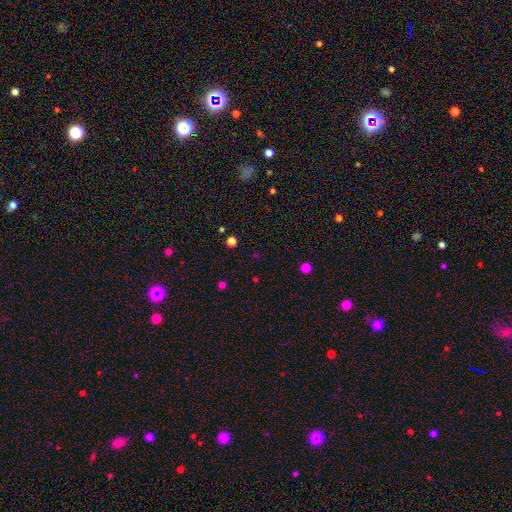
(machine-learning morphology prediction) Smooth or featured: star or artifact — 52% (smooth — 42%)